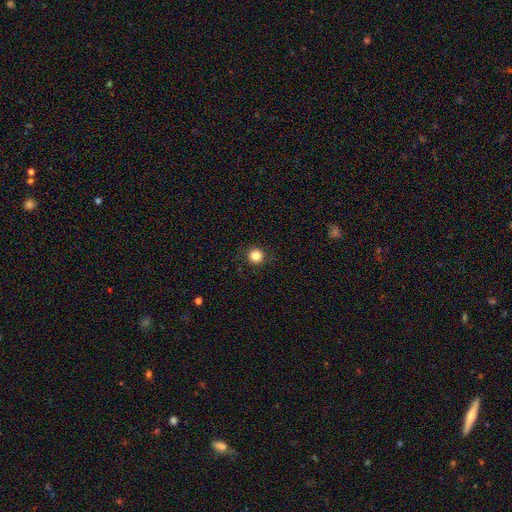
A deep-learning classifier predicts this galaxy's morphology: This appears to be a smooth galaxy with no disk features (85%) that is round (95%). Merging: none (91%).